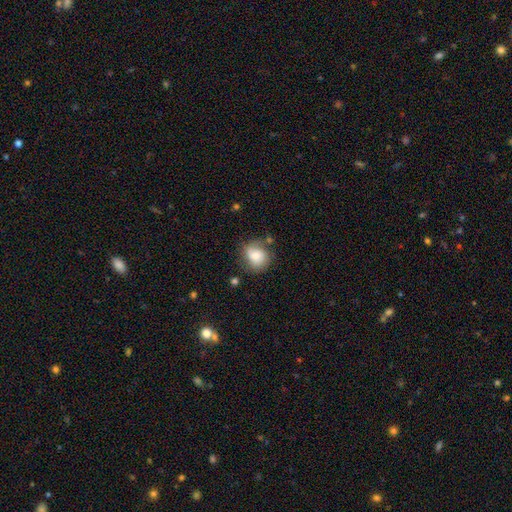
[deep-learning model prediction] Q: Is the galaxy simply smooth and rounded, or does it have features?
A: smooth — 70%.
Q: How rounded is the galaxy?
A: round — 69%.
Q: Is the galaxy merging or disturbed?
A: none — 58%.